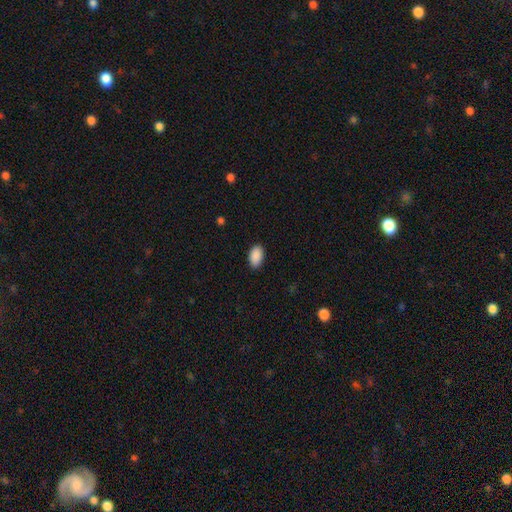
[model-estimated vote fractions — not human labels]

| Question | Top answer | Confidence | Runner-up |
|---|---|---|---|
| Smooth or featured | smooth | 91% | star or artifact (7%) |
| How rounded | in between | 94% | round (5%) |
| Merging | none | 88% | minor disturbance (9%) |